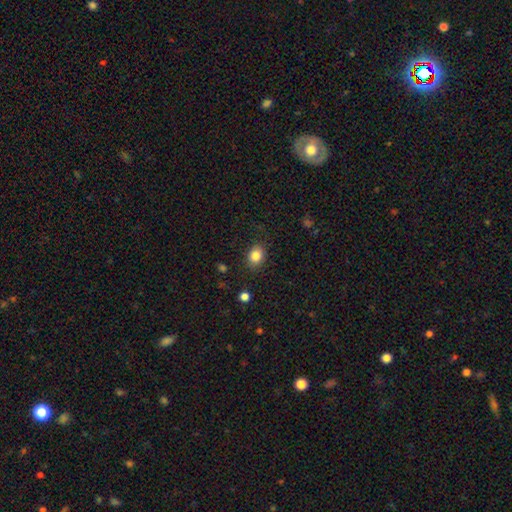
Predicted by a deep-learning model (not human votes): smooth 84%, star or artifact 10%, featured or disk 6%. Down the decision tree: how rounded — in between (52%); merging — none (85%).